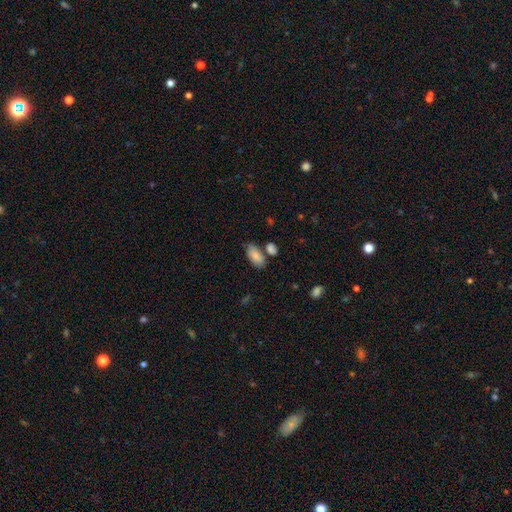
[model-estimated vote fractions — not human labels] Smooth or featured: smooth — 85% (featured or disk — 9%)
How rounded: in between — 91% (cigar-shaped — 6%)
Merging: none — 63% (minor disturbance — 17%)